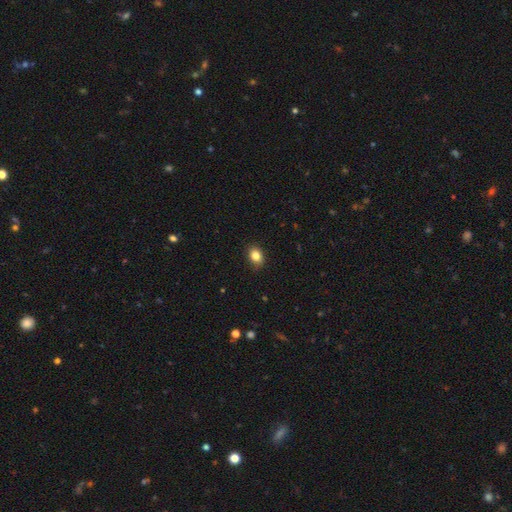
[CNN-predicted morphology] Overall: smooth (84%). How rounded: in between (57%; round 42%). Merging: none (87%).